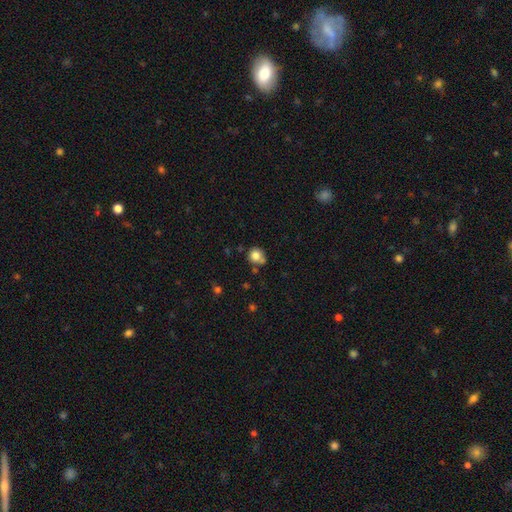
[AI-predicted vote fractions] smooth-or-featured: smooth: 79% | star or artifact: 11% | featured or disk: 10%
  how-rounded: round: 86% | in between: 13% | cigar-shaped: 1%
  merging: none: 62% | minor disturbance: 18% | merger: 15% | major disturbance: 5%